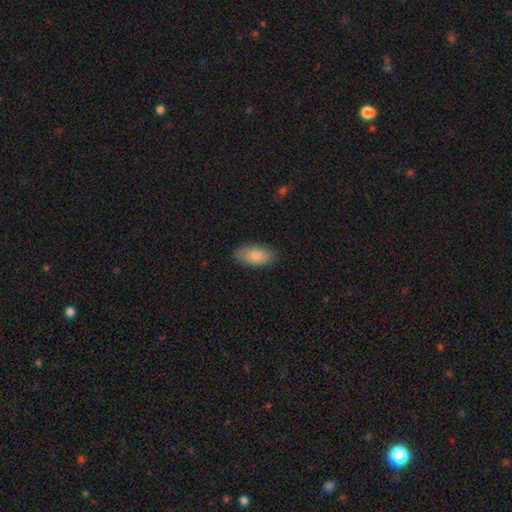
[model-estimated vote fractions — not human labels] Smooth or featured? smooth (84%)
How rounded? in between (93%)
Merging? none (85%)